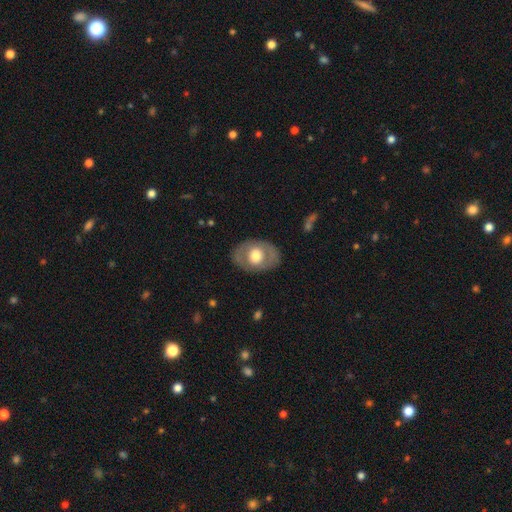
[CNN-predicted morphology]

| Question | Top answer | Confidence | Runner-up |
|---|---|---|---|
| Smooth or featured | smooth | 50% | featured or disk (44%) |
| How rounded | in between | 69% | round (30%) |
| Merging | none | 81% | minor disturbance (13%) |